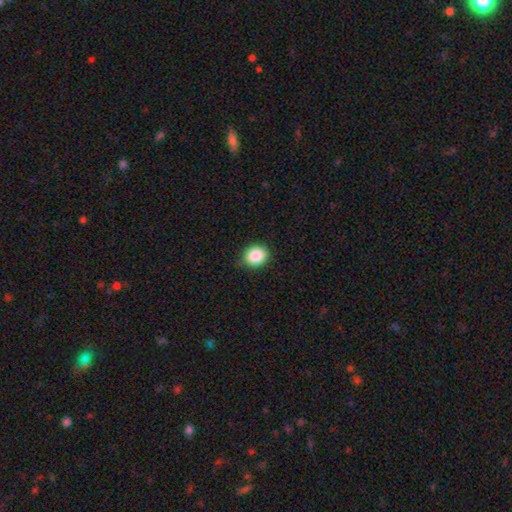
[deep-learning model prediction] smooth_or_featured: smooth (p=0.87) [alt: star or artifact p=0.09]
how_rounded: round (p=0.68) [alt: in between p=0.31]
merging: none (p=0.88) [alt: minor disturbance p=0.09]